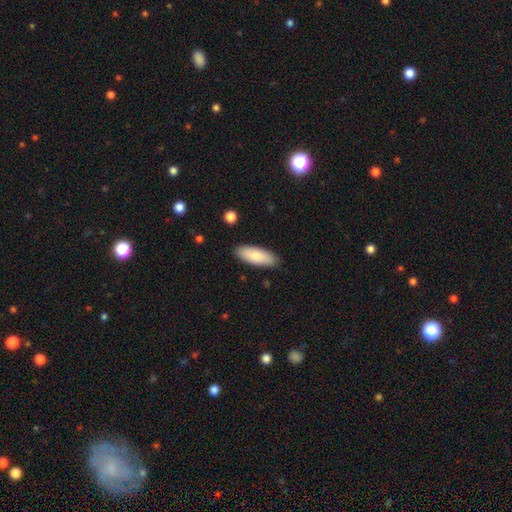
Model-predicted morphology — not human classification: This is clearly a smooth galaxy (83%). How rounded: likely in between (73%). Merging: clearly none (88%).